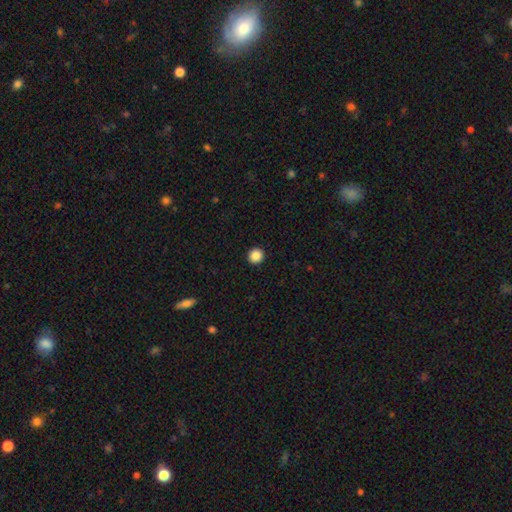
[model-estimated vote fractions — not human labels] Morphology: type=smooth (88%); roundness=round (95%); merging=none (94%).